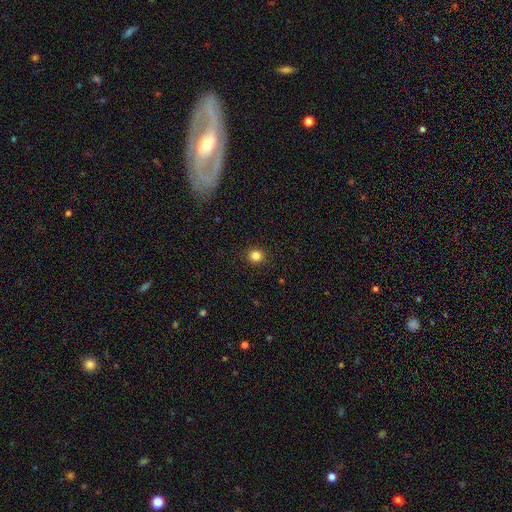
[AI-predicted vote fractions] Morphology: type=smooth (83%); roundness=round (89%); merging=none (92%).